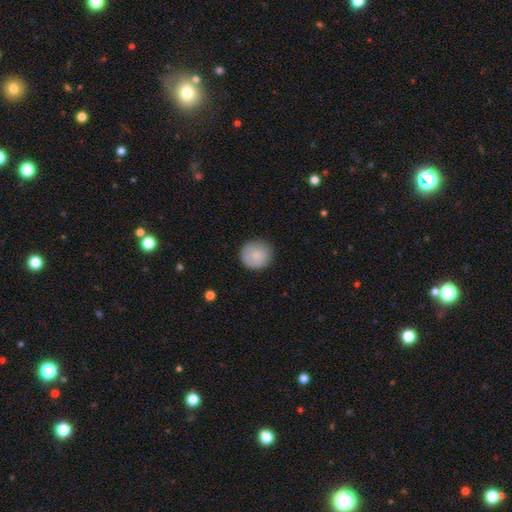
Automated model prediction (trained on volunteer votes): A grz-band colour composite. It shows a smooth galaxy with no disk features (82%) that is round (93%). Merging: none (84%).